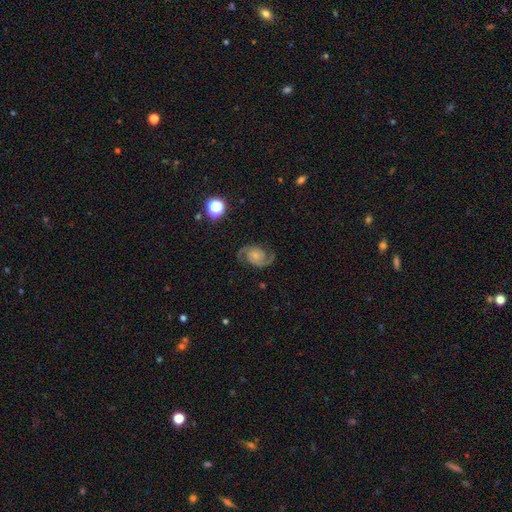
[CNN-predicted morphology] This appears to be a featured or disk galaxy (88%) with no bar (67%), 2 (94%) medium (58%) spiral arms (98%) and a small central bulge (52%). Merging: none (80%).